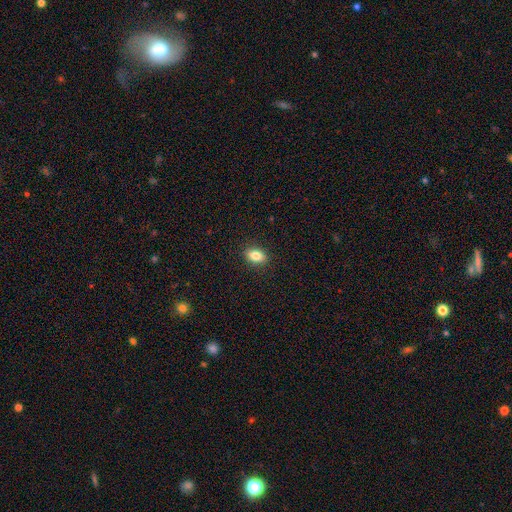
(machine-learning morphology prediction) smooth_or_featured: smooth (p=0.82) [alt: featured or disk p=0.09]
how_rounded: in between (p=0.81) [alt: round p=0.16]
merging: none (p=0.89) [alt: minor disturbance p=0.08]